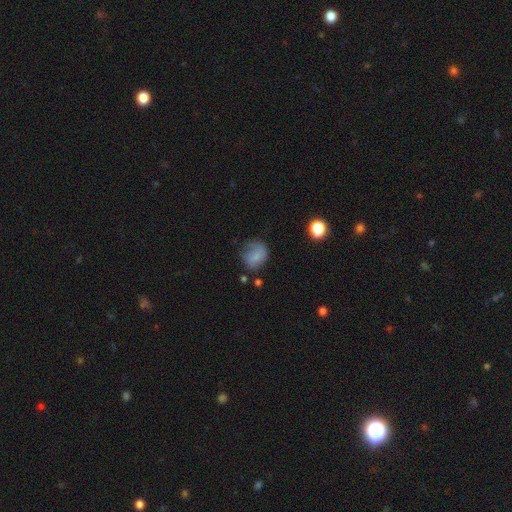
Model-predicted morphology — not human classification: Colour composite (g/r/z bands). It shows a smooth galaxy with no disk features (75%) that is round (60%). Merging: none (50%).